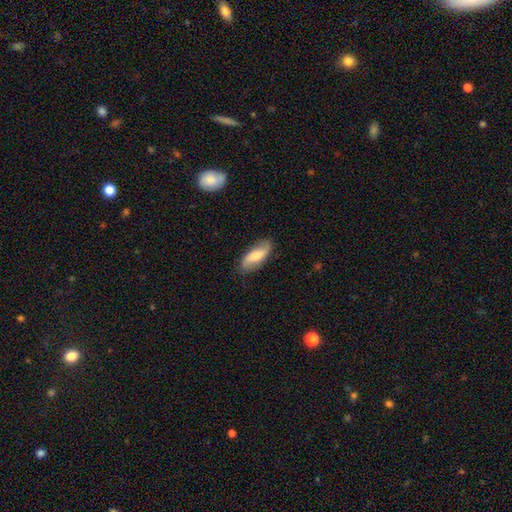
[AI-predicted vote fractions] Overall: smooth (53%; featured or disk 40%). How rounded: in between (72%). Merging: none (82%).